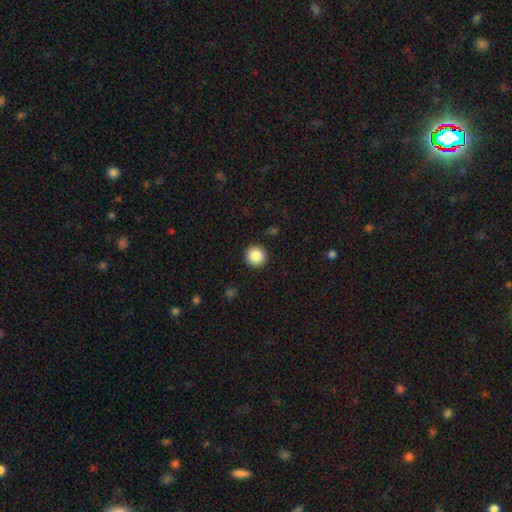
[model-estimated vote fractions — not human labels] Smooth or featured? smooth (87%)
How rounded? round (95%)
Merging? none (92%)